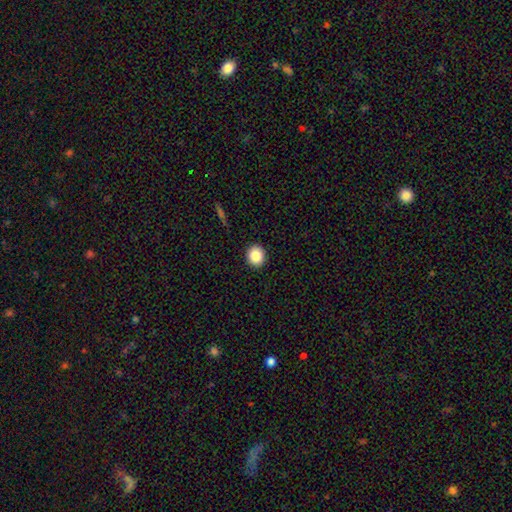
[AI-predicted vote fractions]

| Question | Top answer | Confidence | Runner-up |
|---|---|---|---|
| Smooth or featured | smooth | 85% | star or artifact (9%) |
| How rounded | round | 77% | in between (22%) |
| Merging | none | 92% | minor disturbance (5%) |